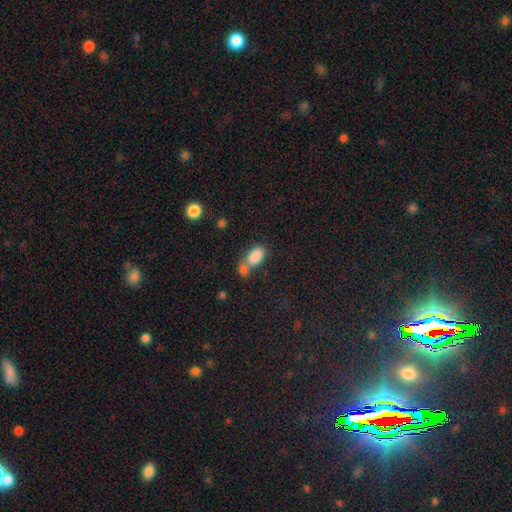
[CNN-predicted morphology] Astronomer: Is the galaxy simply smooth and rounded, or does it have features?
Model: smooth — 85%.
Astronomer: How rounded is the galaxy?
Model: in between — 91%.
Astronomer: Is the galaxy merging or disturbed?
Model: merger — 48% (runner-up: none, 35%).